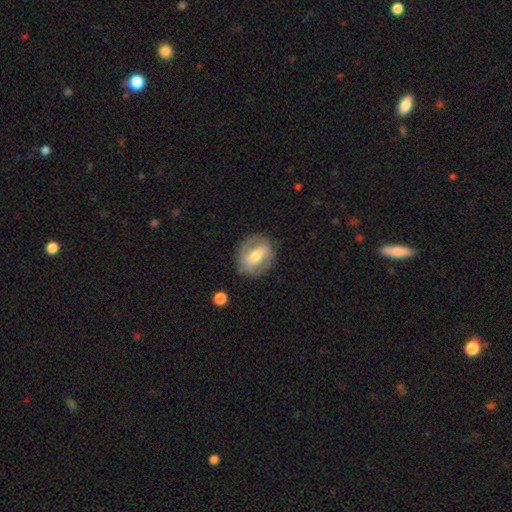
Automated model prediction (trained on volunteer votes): Morphology: type=featured or disk (59%); edge-on=no (94%); bar=strong (46%); spiral arms=yes (51%); bulge=moderate (68%); merging=none (81%).